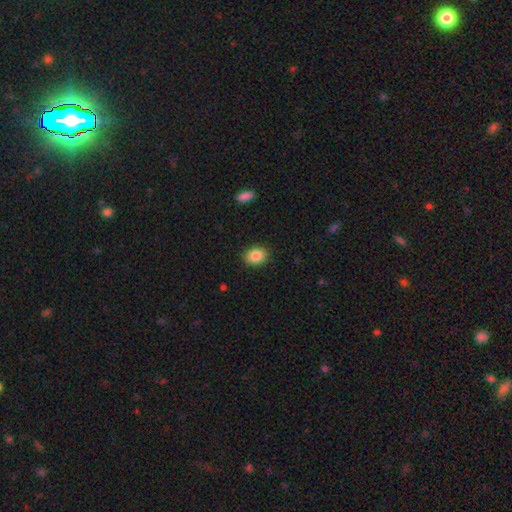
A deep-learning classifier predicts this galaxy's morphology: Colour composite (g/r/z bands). It shows a smooth galaxy with no disk features (86%) that is in between round and cigar-shaped (57%). Merging: none (88%).